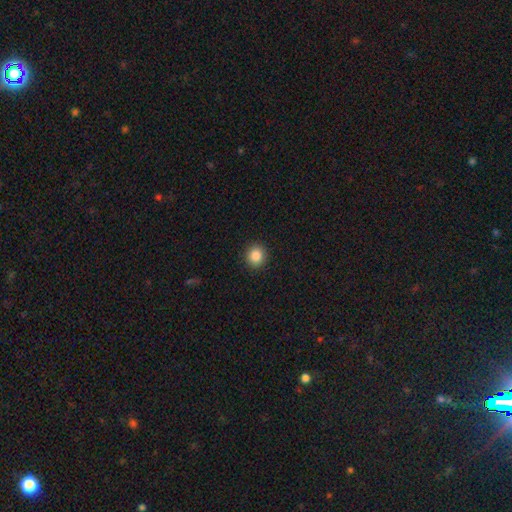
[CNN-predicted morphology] A smooth galaxy with no disk features (86%) that is round (87%). Merging: none (92%).